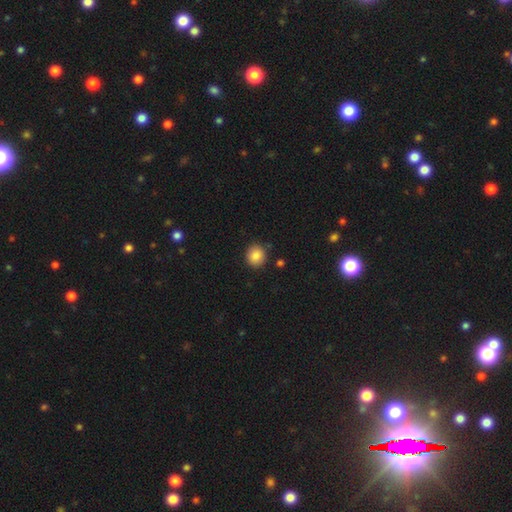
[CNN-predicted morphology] A smooth galaxy with no disk features (86%) that is round (85%).

Vote fractions:
- Smooth or featured? smooth: 86% / star or artifact: 9% / featured or disk: 4%
- How rounded? round: 85% / in between: 14% / cigar-shaped: 1%
- Merging? none: 87% / minor disturbance: 8% / merger: 2% / major disturbance: 2%